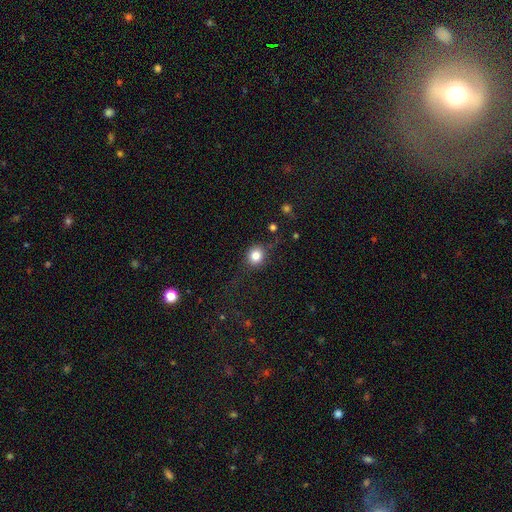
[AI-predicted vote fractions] smooth-or-featured: smooth: 82% | star or artifact: 11% | featured or disk: 7%
  how-rounded: round: 84% | in between: 15% | cigar-shaped: 1%
  merging: none: 78% | minor disturbance: 14% | major disturbance: 7% | merger: 2%